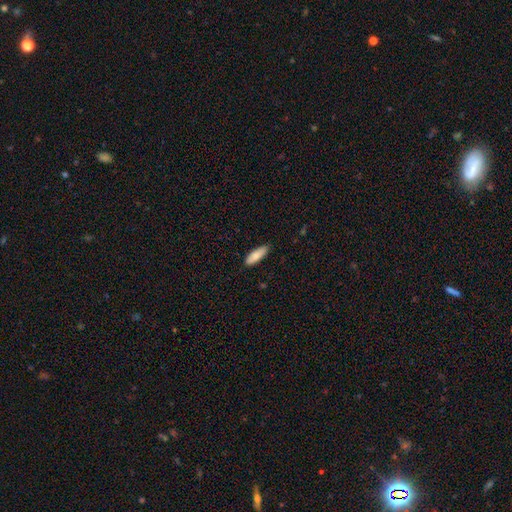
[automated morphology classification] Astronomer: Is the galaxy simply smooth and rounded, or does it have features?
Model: smooth — 84%.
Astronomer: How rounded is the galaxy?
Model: in between — 56% (runner-up: cigar-shaped, 43%).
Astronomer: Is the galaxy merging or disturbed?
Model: none — 87%.